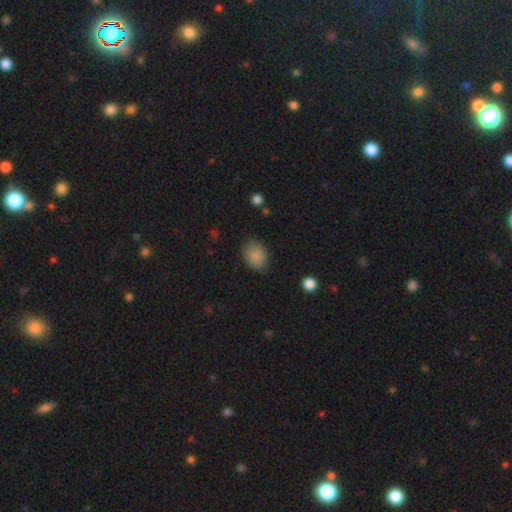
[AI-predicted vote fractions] Smooth or featured? Predicted: smooth (p=0.86). How rounded? Predicted: in between (p=0.63). Merging? Predicted: none (p=0.77).